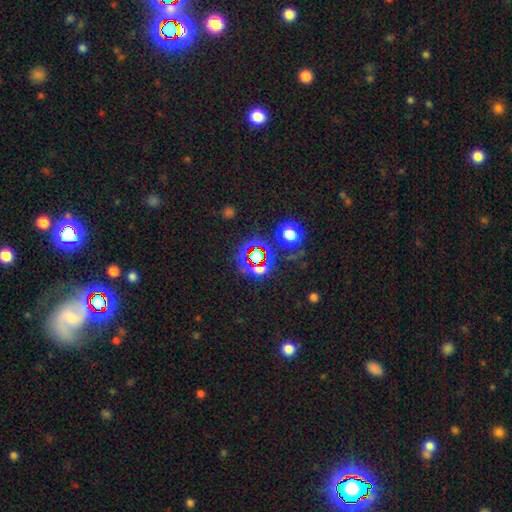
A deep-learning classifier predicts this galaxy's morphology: This is likely a star or artifact rather than a galaxy (73%).